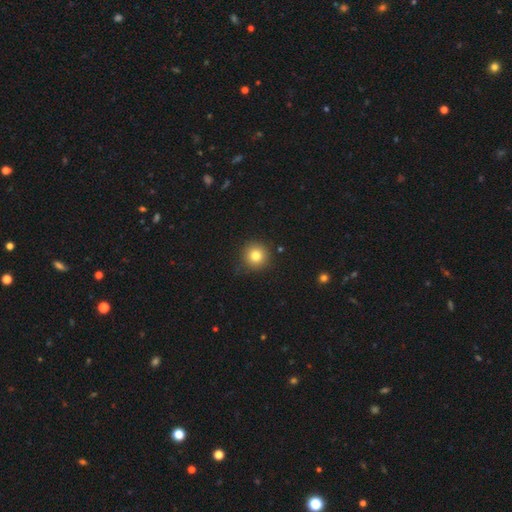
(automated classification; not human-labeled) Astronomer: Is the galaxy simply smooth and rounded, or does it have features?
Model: smooth — 80%.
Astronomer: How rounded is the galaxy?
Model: round — 95%.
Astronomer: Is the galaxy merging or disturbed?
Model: none — 85%.